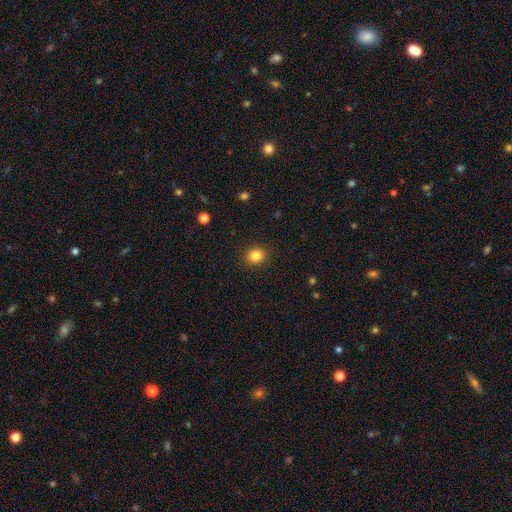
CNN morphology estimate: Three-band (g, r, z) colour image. It shows a smooth galaxy with no disk features (84%) that is round (80%). Merging: none (91%).